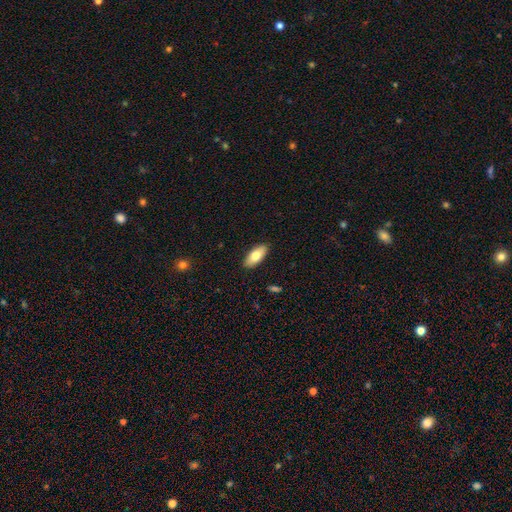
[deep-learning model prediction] Smooth or featured: smooth — 76% (featured or disk — 18%)
How rounded: in between — 87% (cigar-shaped — 11%)
Merging: none — 89% (minor disturbance — 8%)